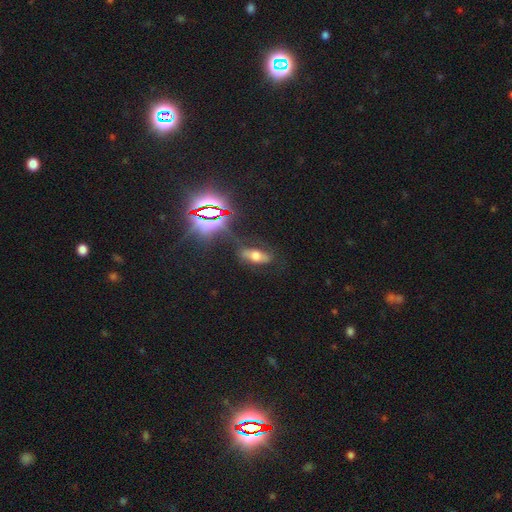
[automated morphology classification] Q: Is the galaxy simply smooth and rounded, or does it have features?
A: smooth — 48%.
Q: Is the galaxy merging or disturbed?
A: none — 69%.